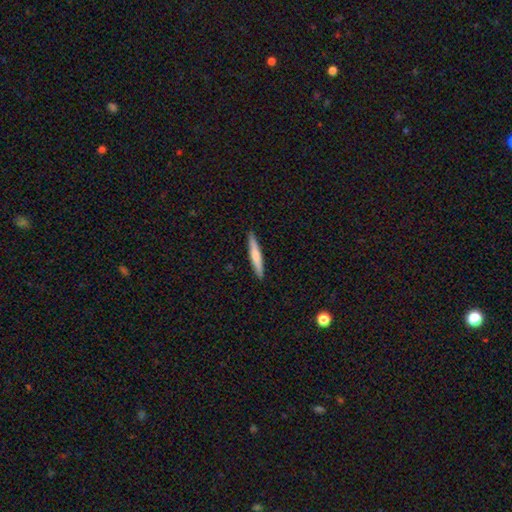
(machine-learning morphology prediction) smooth-or-featured: smooth: 65% | featured or disk: 30% | star or artifact: 5%
  how-rounded: cigar-shaped: 93% | in between: 5% | round: 1%
  merging: none: 91% | minor disturbance: 7% | major disturbance: 1% | merger: 1%